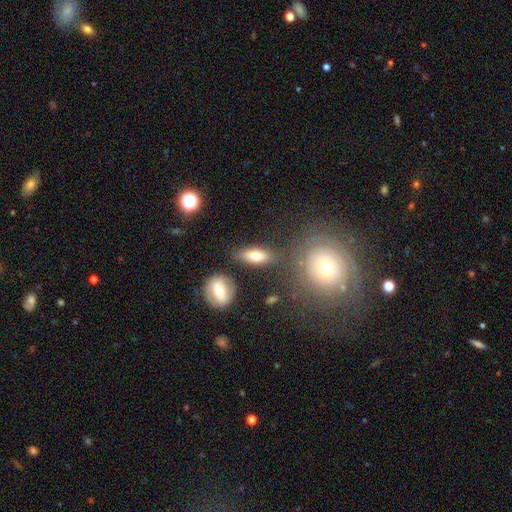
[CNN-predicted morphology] This is likely a smooth galaxy (70%). How rounded: likely in between (75%). Merging: likely none (78%).